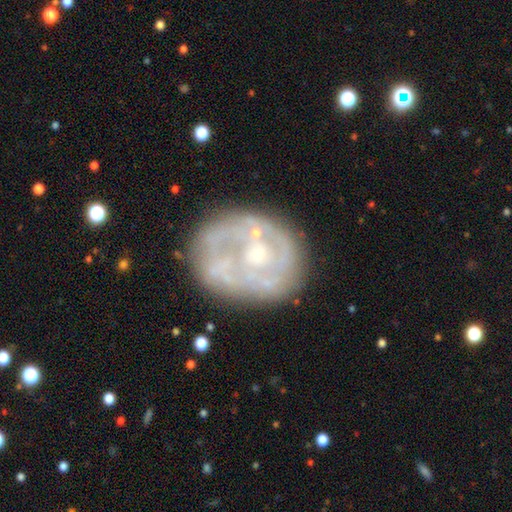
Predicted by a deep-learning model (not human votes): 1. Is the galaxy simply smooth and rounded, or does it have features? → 73% featured or disk, 19% smooth, 8% star or artifact.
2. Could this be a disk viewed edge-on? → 98% no, 2% yes.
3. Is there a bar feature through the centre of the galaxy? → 79% no, 16% weak, 4% strong.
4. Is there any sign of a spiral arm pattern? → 52% no, 48% yes.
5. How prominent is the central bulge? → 62% small, 25% moderate, 9% none, 2% large, 1% dominant.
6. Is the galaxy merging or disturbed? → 61% none, 21% minor disturbance, 13% major disturbance, 5% merger.